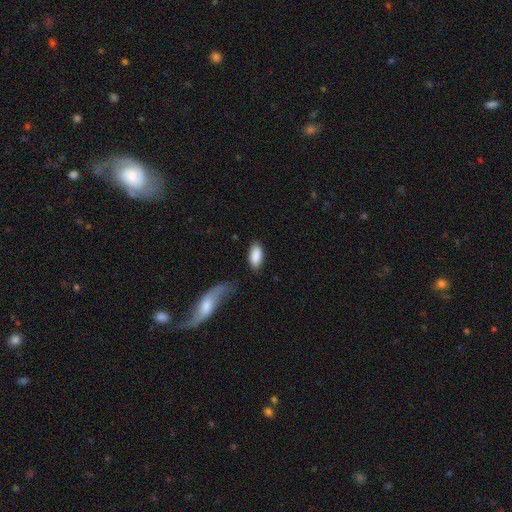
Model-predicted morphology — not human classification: Smooth or featured? smooth (89%)
How rounded? in between (93%)
Merging? none (78%)